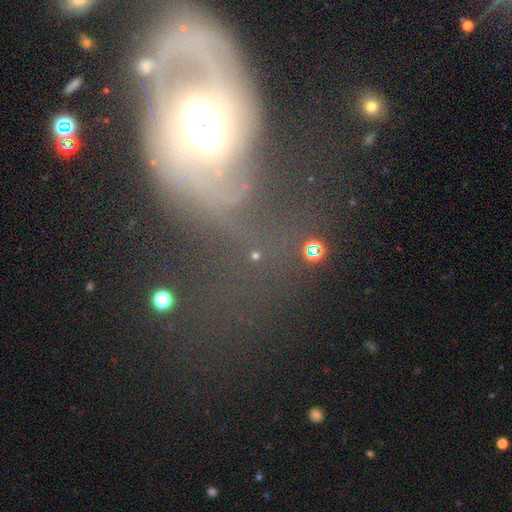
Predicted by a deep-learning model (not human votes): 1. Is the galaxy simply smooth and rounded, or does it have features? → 50% star or artifact, 31% smooth, 19% featured or disk.